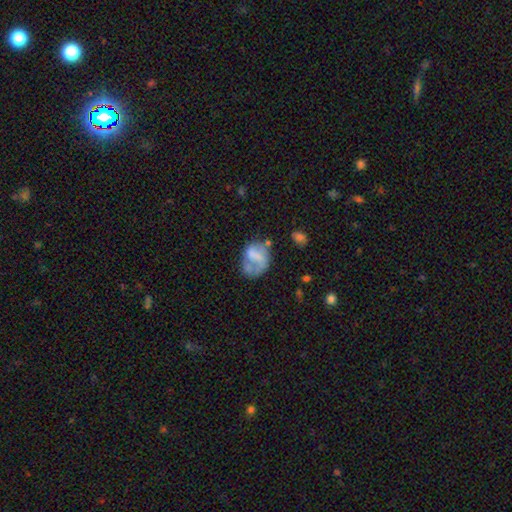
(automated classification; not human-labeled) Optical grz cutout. It shows a smooth galaxy with no disk features (46%). Merging: none (34%).